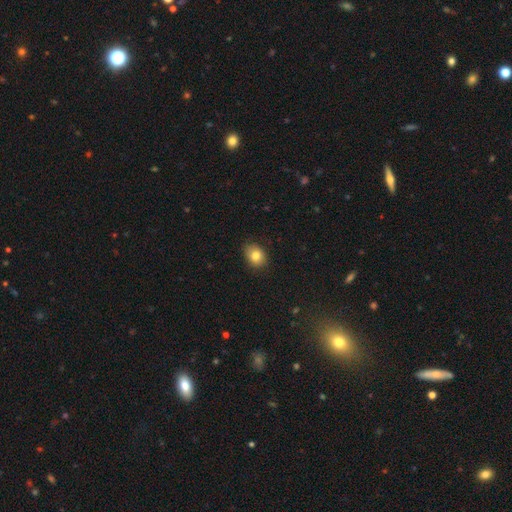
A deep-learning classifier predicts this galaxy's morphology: This appears to be a smooth galaxy with no disk features (82%) that is in between round and cigar-shaped (68%). Merging: none (81%).